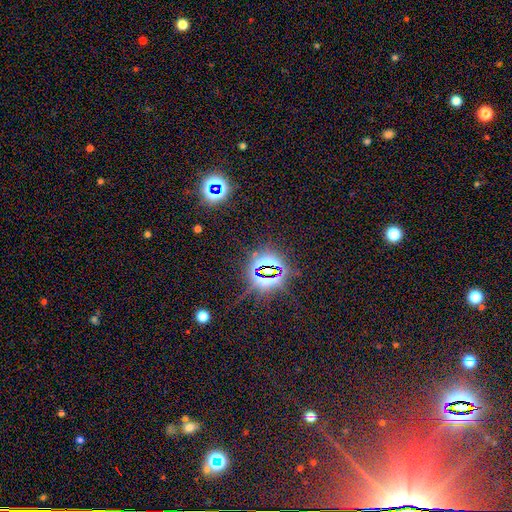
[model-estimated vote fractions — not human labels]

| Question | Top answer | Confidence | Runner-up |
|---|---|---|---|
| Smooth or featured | star or artifact | 82% | smooth (10%) |